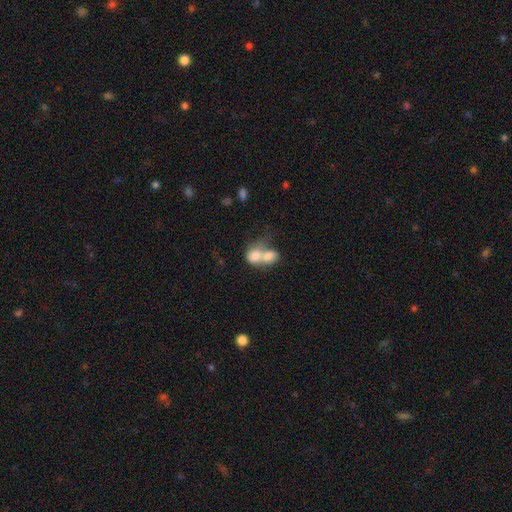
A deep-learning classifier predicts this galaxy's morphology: Smooth or featured? Predicted: smooth (p=0.73). How rounded? Predicted: in between (p=0.58). Merging? Predicted: merger (p=0.79).